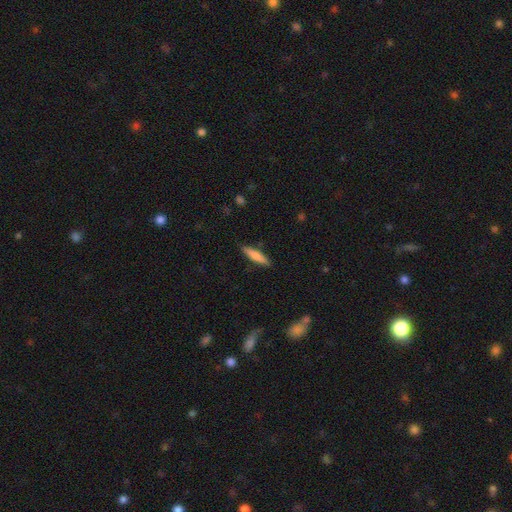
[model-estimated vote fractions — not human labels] A smooth galaxy with no disk features (72%) that is cigar-shaped (83%). Merging: none (88%).